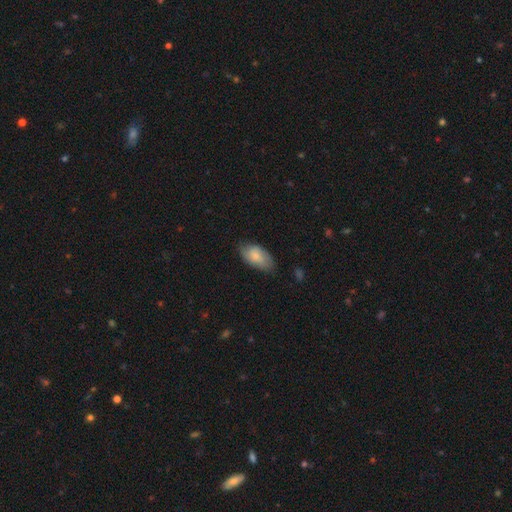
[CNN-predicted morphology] Smooth or featured? Predicted: smooth (p=0.73). How rounded? Predicted: in between (p=0.94). Merging? Predicted: none (p=0.71).